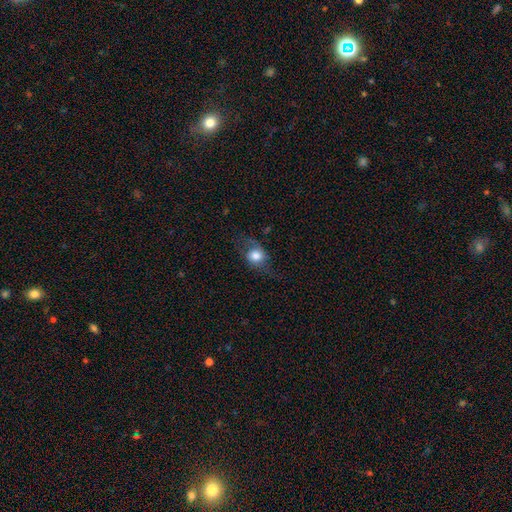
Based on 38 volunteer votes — smooth-or-featured: smooth: 55% | featured or disk: 42% | star or artifact: 3%
  how-rounded: round: 57% | in between: 43% | cigar-shaped: 0%
  merging: none: 59% | minor disturbance: 24% | major disturbance: 16% | merger: 0%